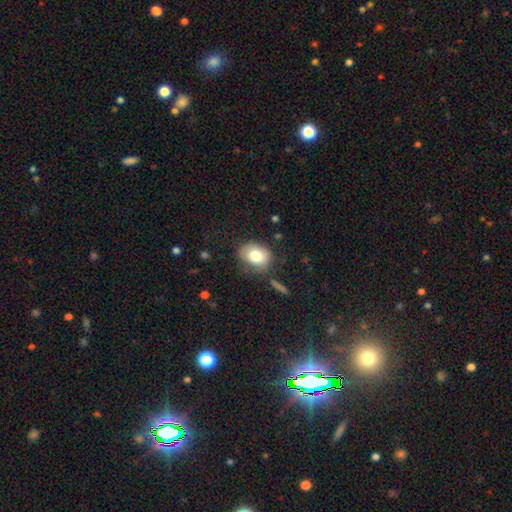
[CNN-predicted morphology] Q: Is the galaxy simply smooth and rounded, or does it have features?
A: smooth — 78%.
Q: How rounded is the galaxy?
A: in between — 58%.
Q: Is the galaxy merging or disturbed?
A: none — 68%.